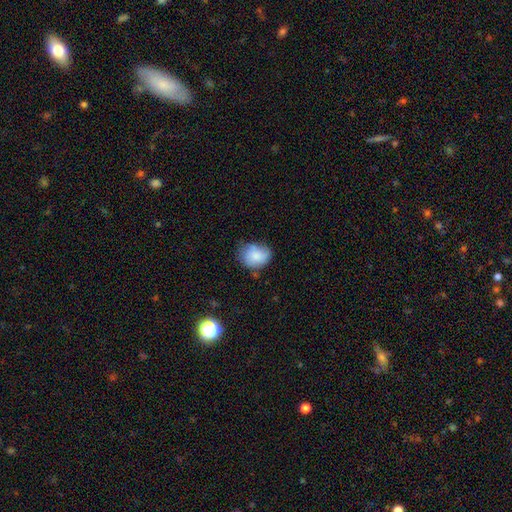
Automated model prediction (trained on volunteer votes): Smooth or featured?
  - smooth: 79% *
  - featured or disk: 13%
  - star or artifact: 8%
How rounded?
  - in between: 55% *
  - round: 45%
  - cigar-shaped: 1%
Merging?
  - none: 57% *
  - minor disturbance: 32%
  - major disturbance: 8%
  - merger: 3%